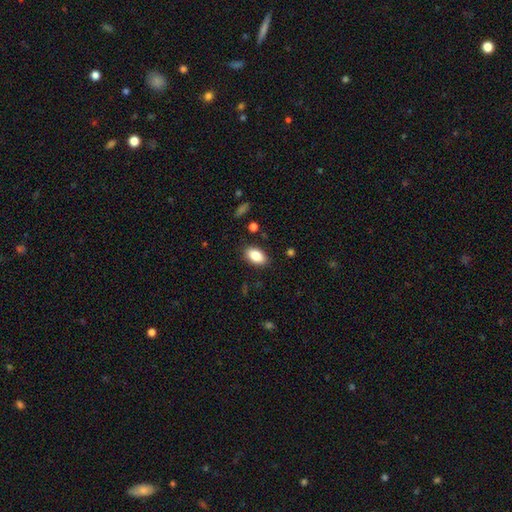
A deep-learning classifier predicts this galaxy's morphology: Smooth or featured: smooth — 85% (star or artifact — 8%)
How rounded: in between — 92% (round — 7%)
Merging: none — 86% (minor disturbance — 10%)